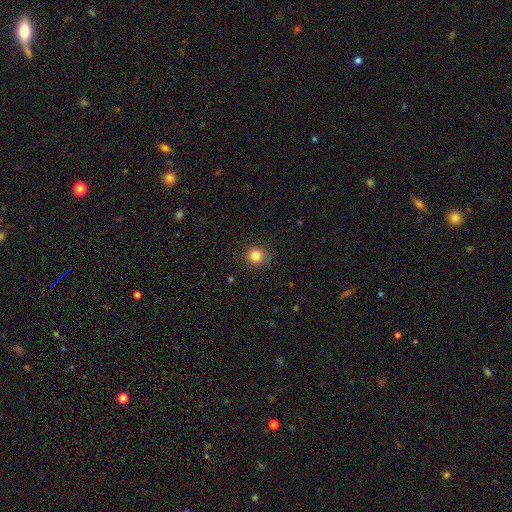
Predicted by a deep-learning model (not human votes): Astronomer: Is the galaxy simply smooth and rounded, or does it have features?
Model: smooth — 84%.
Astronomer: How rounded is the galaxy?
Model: round — 88%.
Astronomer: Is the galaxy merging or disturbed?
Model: none — 83%.